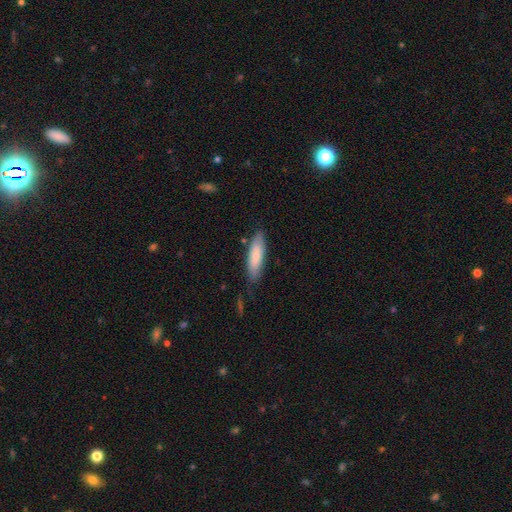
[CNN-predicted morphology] This is clearly a smooth galaxy (82%). How rounded: likely cigar-shaped (61%). Merging: likely none (75%).